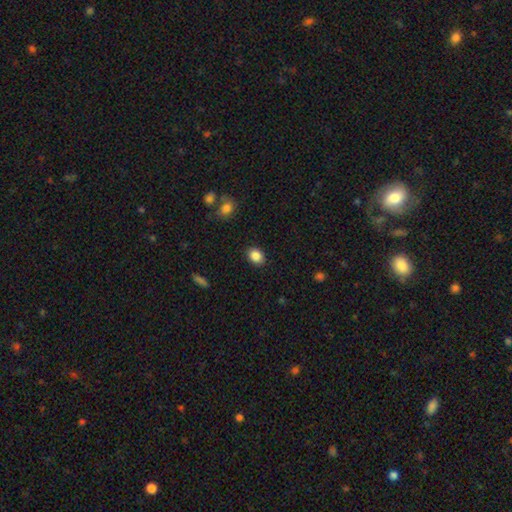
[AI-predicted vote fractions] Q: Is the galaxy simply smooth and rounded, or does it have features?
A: smooth — 87%.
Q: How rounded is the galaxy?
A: in between — 58%.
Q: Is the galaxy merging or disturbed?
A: none — 88%.